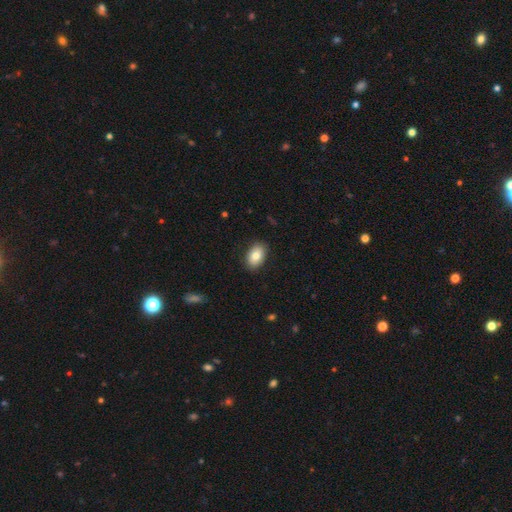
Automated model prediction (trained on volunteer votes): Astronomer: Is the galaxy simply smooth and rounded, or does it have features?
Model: smooth — 82%.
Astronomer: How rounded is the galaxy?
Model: in between — 88%.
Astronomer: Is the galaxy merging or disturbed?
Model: none — 88%.